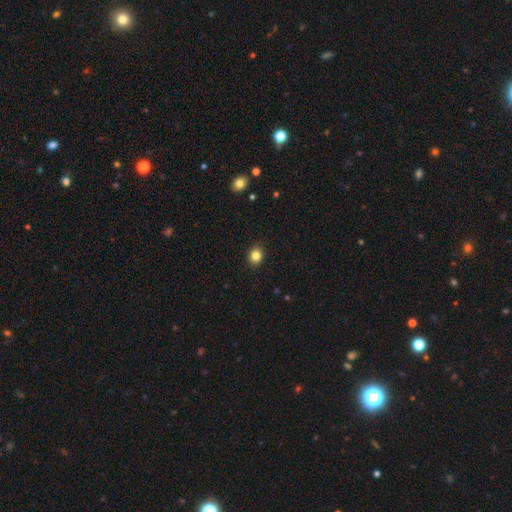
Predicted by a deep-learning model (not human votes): Smooth or featured: smooth — 84% (star or artifact — 11%)
How rounded: round — 70% (in between — 29%)
Merging: none — 89% (minor disturbance — 8%)